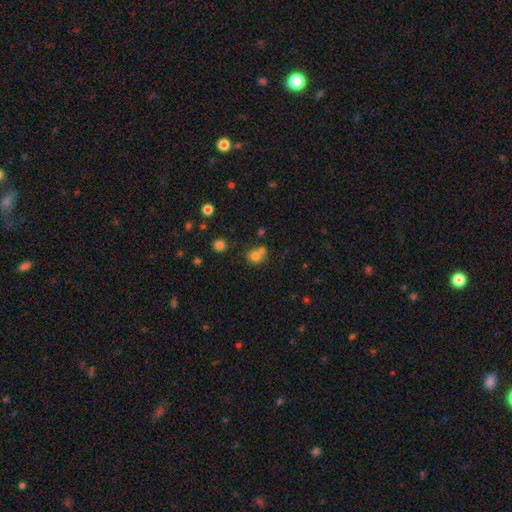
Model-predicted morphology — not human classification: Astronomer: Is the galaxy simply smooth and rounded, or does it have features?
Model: smooth — 73%.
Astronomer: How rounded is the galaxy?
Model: round — 76%.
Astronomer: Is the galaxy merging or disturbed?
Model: merger — 47% (runner-up: none, 40%).